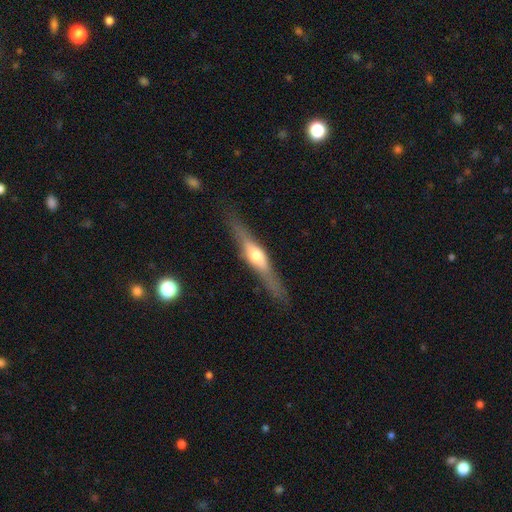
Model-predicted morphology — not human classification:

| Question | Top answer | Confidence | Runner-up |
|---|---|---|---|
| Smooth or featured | featured or disk | 66% | smooth (29%) |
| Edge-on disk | yes | 94% | no (6%) |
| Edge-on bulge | rounded | 88% | boxy (8%) |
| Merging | none | 84% | minor disturbance (12%) |